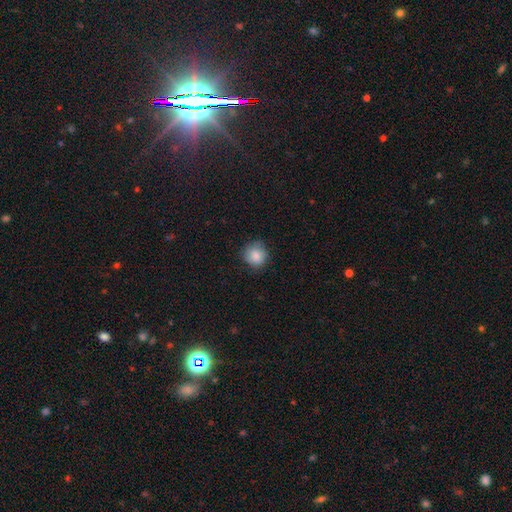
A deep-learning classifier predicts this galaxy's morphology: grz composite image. It shows a smooth galaxy with no disk features (85%) that is round (89%). Merging: none (77%).